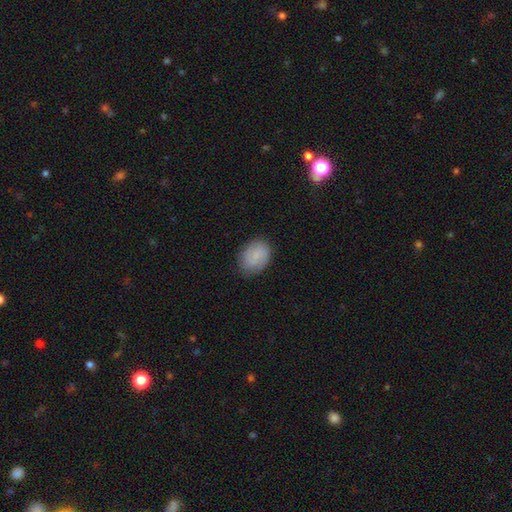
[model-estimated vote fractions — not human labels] The model was most divided on "how rounded": in between: 71%, round: 28%, cigar-shaped: 1%. More confident: merging — none (76%); smooth or featured — smooth (68%).